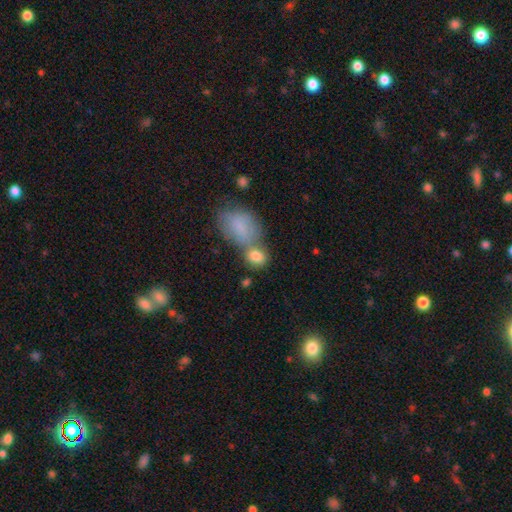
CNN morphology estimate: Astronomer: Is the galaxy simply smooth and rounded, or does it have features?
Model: smooth — 82%.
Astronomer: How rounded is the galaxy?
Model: in between — 51% (runner-up: round, 47%).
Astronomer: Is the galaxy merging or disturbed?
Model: none — 41%, tied with merger at 41%.